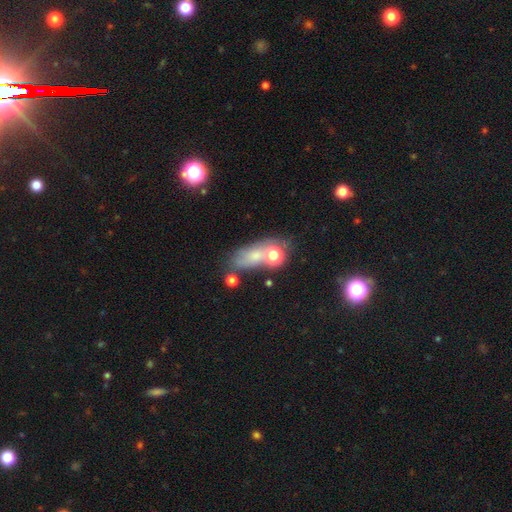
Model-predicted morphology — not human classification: A smooth galaxy with no disk features (58%) that is in between round and cigar-shaped (61%).

Vote fractions:
- Smooth or featured? smooth: 58% / featured or disk: 23% / star or artifact: 20%
- How rounded? in between: 61% / round: 23% / cigar-shaped: 16%
- Merging? none: 44% / merger: 23% / minor disturbance: 19% / major disturbance: 14%